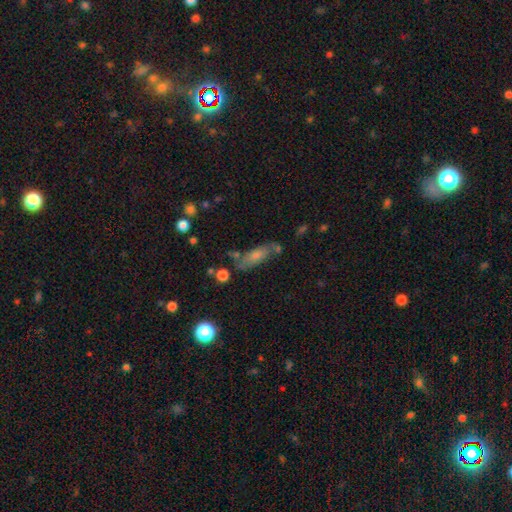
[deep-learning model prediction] Smooth or featured? smooth (65%)
How rounded? in between (64%)
Merging? none (57%)